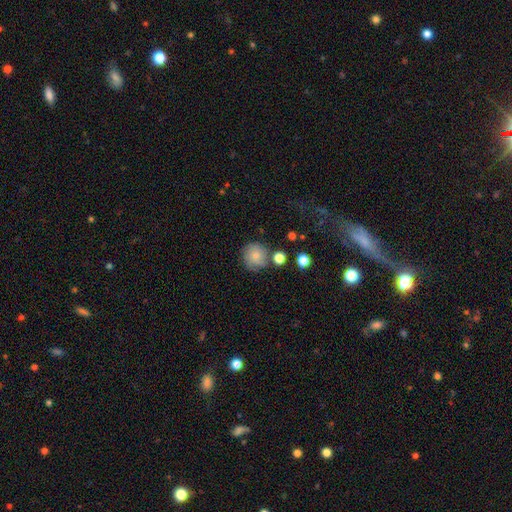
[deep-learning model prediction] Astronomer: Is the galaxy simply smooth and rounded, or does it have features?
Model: smooth — 72%.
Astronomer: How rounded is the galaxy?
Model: round — 91%.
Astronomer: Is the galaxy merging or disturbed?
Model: none — 69%.